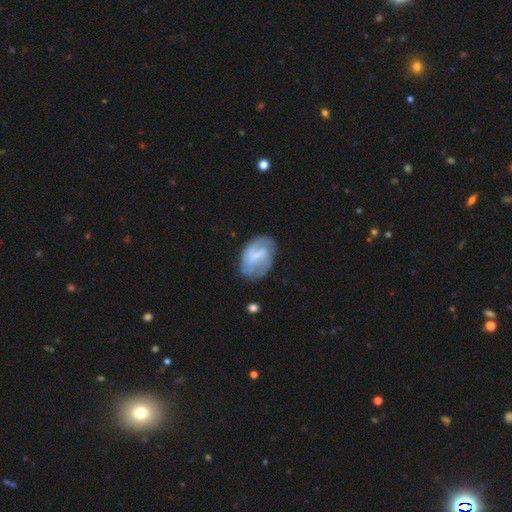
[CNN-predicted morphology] Smooth or featured? featured or disk (63%)
Edge-on disk? no (97%)
Bar? weak (51%)
Spiral arms? yes (71%)
Bulge size? small (42%)
Merging? none (59%)